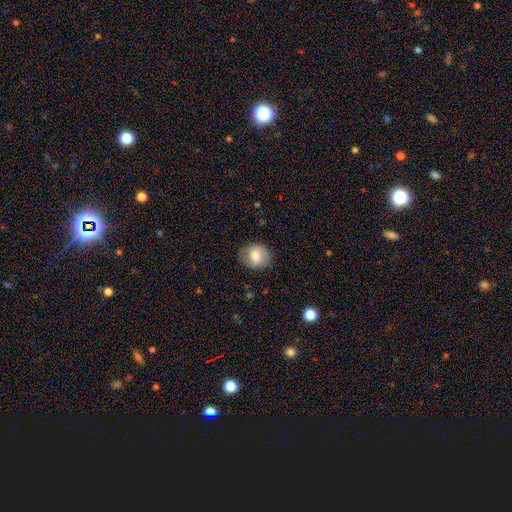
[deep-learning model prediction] A smooth galaxy with no disk features (72%) that is round (80%). Merging: none (82%).